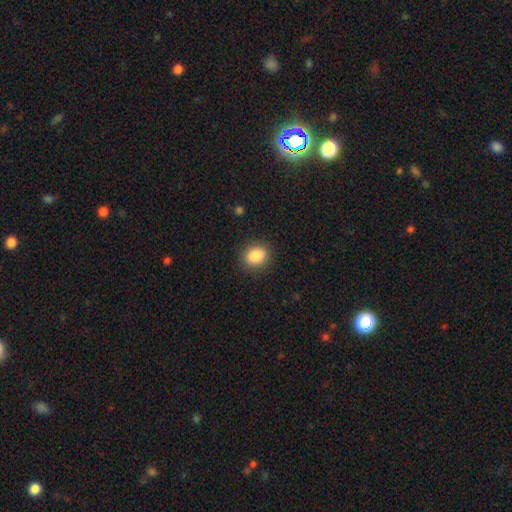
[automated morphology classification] A smooth galaxy with no disk features (88%) that is in between round and cigar-shaped (55%). Merging: none (87%).